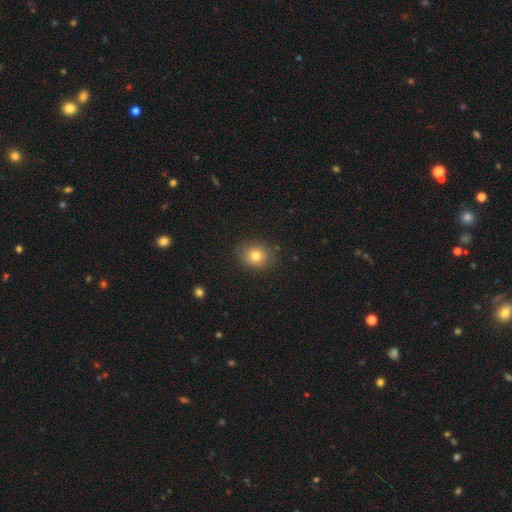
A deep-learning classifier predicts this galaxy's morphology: This is likely a smooth galaxy (75%). How rounded: likely round (60%). Merging: clearly none (82%).